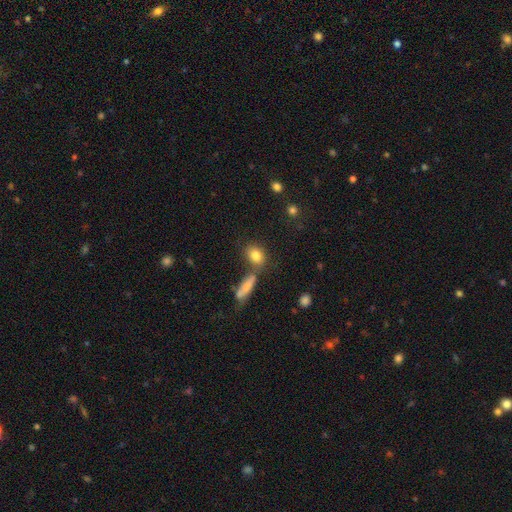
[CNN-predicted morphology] Overall: smooth (81%). How rounded: in between (60%; round 35%). Merging: none (61%; merger 22%).